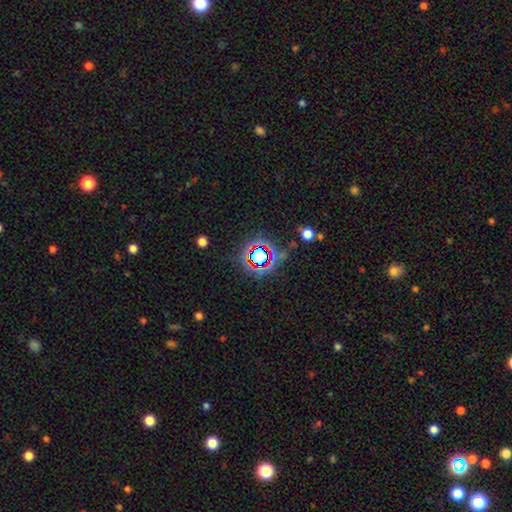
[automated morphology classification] A star or artifact, not a galaxy (67%).

Vote fractions:
- Smooth or featured? star or artifact: 67% / smooth: 21% / featured or disk: 12%